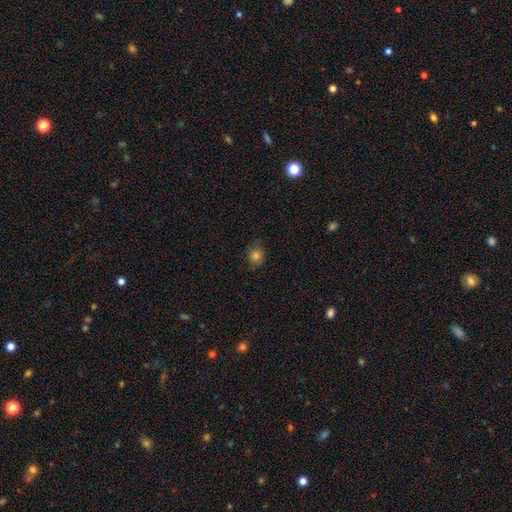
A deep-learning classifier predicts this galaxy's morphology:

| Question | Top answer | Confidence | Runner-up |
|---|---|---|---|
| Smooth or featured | smooth | 82% | star or artifact (13%) |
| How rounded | round | 80% | in between (19%) |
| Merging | none | 82% | minor disturbance (14%) |